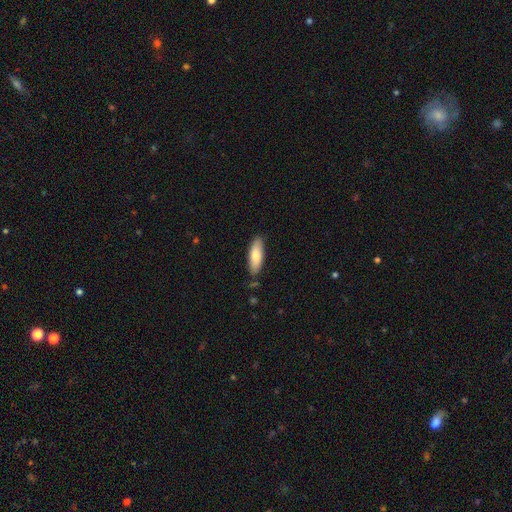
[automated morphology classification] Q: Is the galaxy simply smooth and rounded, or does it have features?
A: smooth — 77%.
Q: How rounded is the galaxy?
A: in between — 59%.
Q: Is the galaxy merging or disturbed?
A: none — 84%.